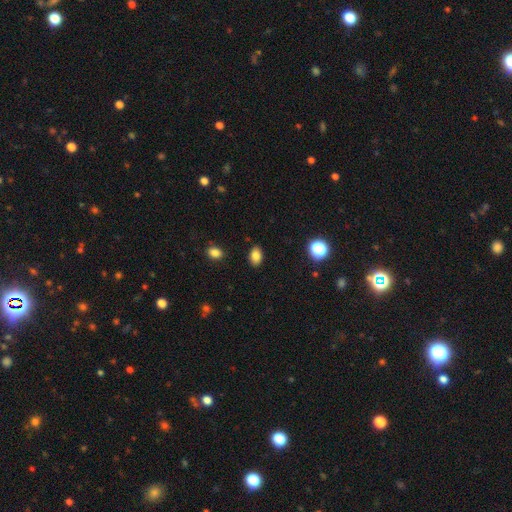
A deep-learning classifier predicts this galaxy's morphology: Overall: smooth (83%). How rounded: in between (82%). Merging: none (88%).